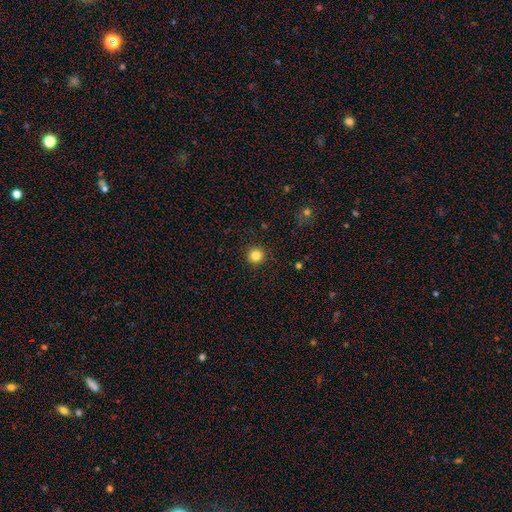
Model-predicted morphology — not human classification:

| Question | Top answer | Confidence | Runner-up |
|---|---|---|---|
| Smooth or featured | smooth | 83% | star or artifact (12%) |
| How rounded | round | 95% | in between (4%) |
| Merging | none | 92% | minor disturbance (5%) |